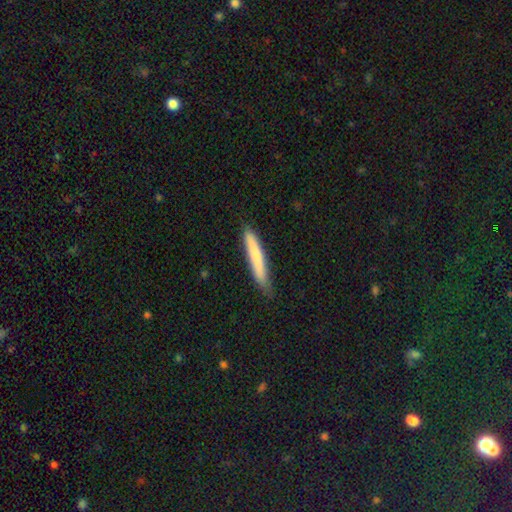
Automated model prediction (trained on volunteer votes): This appears to be a smooth galaxy with no disk features (69%) that is cigar-shaped (93%). Merging: none (79%).